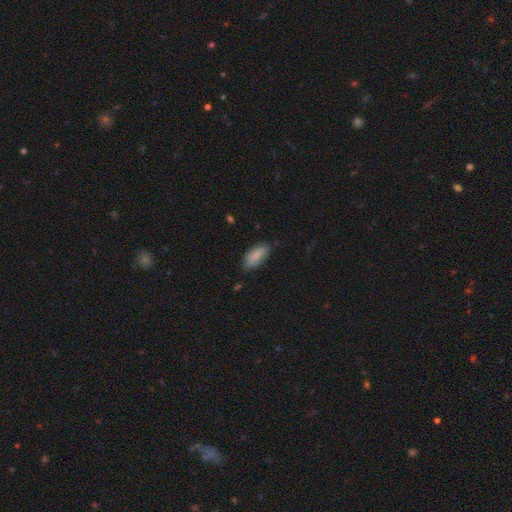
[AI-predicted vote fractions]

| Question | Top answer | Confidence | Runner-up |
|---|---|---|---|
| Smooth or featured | smooth | 86% | featured or disk (8%) |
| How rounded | in between | 86% | cigar-shaped (12%) |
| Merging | none | 73% | minor disturbance (21%) |